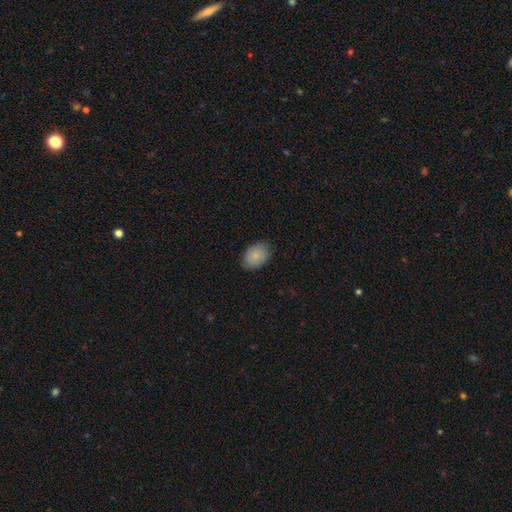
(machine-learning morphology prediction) The model was most divided on "how rounded": in between: 78%, round: 21%, cigar-shaped: 1%. More confident: smooth or featured — smooth (85%); merging — none (83%).